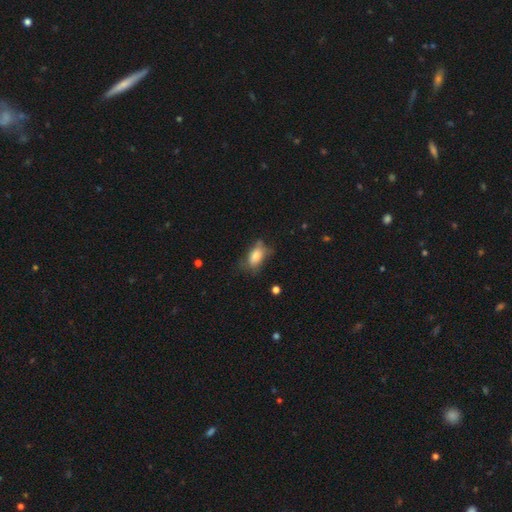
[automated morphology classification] A smooth galaxy with no disk features (75%) that is in between round and cigar-shaped (88%).

Vote fractions:
- Smooth or featured? smooth: 75% / featured or disk: 16% / star or artifact: 8%
- How rounded? in between: 88% / cigar-shaped: 6% / round: 6%
- Merging? none: 48% / minor disturbance: 31% / major disturbance: 17% / merger: 3%